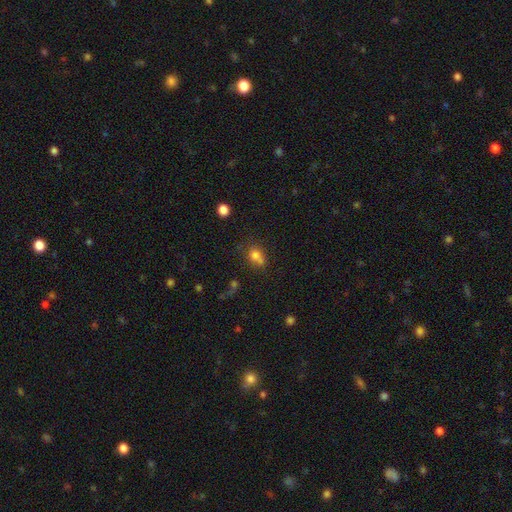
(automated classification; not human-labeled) smooth-or-featured: smooth: 74% | star or artifact: 14% | featured or disk: 12%
  how-rounded: round: 64% | in between: 35% | cigar-shaped: 1%
  merging: none: 42% | merger: 36% | minor disturbance: 14% | major disturbance: 8%